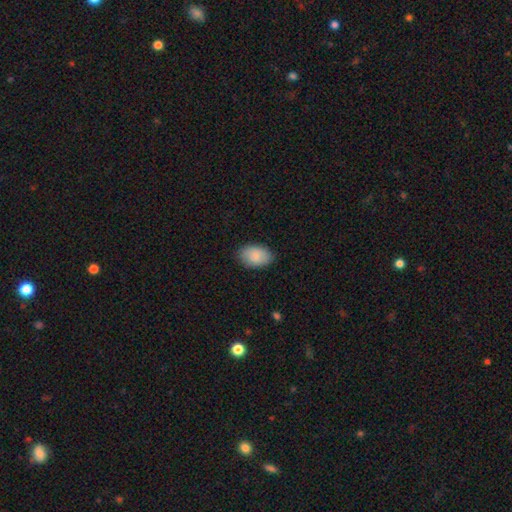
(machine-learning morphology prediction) Smooth or featured: smooth — 87% (featured or disk — 7%)
How rounded: in between — 90% (round — 9%)
Merging: none — 85% (minor disturbance — 12%)